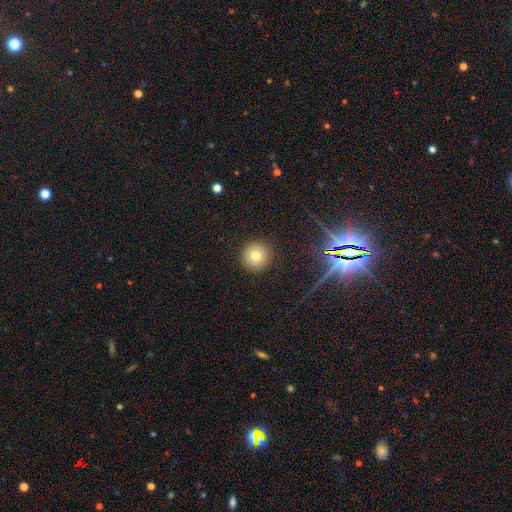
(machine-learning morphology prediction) Smooth or featured? Predicted: smooth (p=0.78). How rounded? Predicted: round (p=0.95). Merging? Predicted: none (p=0.91).